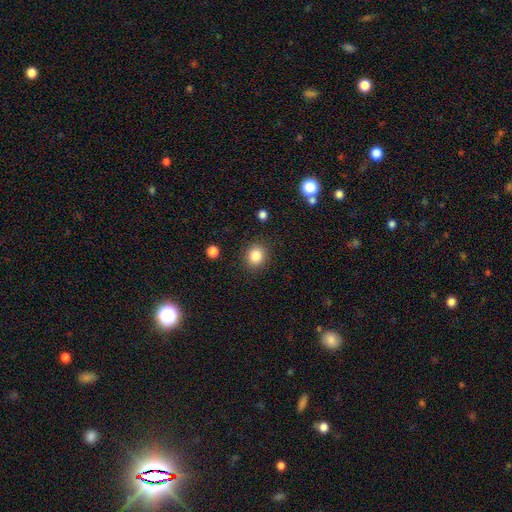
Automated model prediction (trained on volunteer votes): Q: Smooth or featured?
A: smooth (85%); runner-up: star or artifact (10%)
Q: How rounded?
A: round (75%); runner-up: in between (24%)
Q: Merging?
A: none (88%); runner-up: minor disturbance (8%)